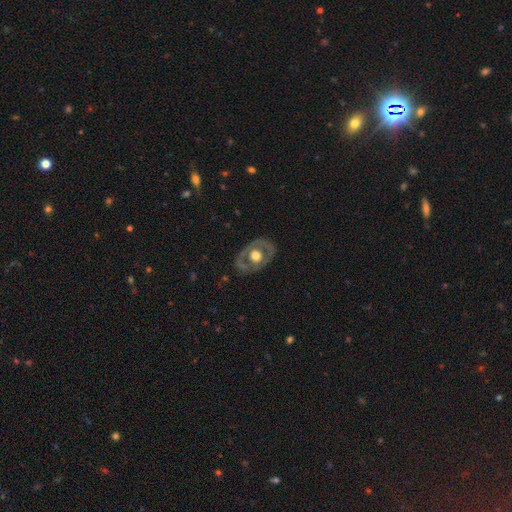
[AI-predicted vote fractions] Morphology: type=featured or disk (62%); edge-on=no (92%); bar=no (87%); spiral arms=no (82%); bulge=moderate (51%); merging=none (75%).